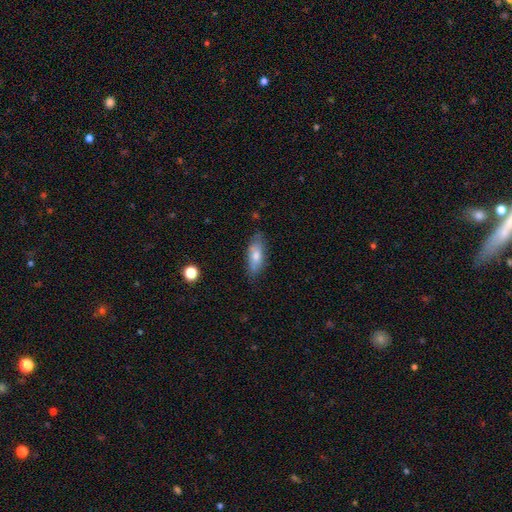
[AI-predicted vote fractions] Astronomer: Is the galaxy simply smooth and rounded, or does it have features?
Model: smooth — 68%.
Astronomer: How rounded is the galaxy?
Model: in between — 64%.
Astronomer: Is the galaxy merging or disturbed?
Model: none — 80%.